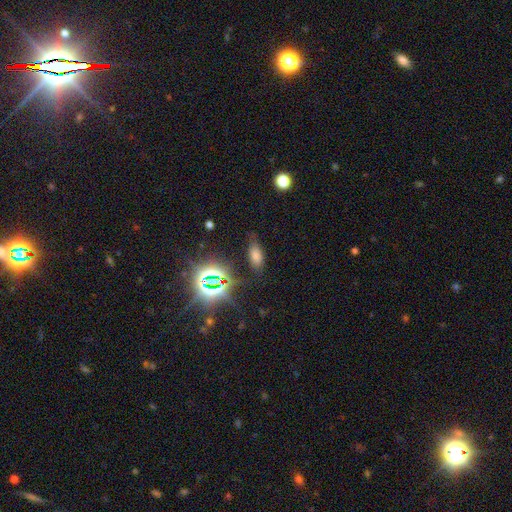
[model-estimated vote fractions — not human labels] Smooth or featured? smooth (64%)
How rounded? in between (87%)
Merging? none (76%)